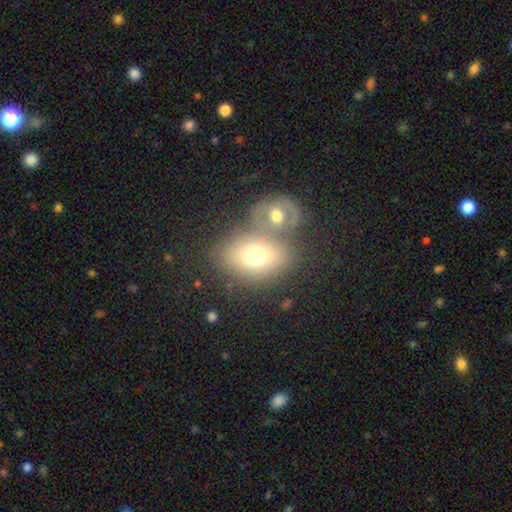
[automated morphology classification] This is likely a smooth galaxy (65%). How rounded: likely in between (66%). Merging: possibly merger (49%).